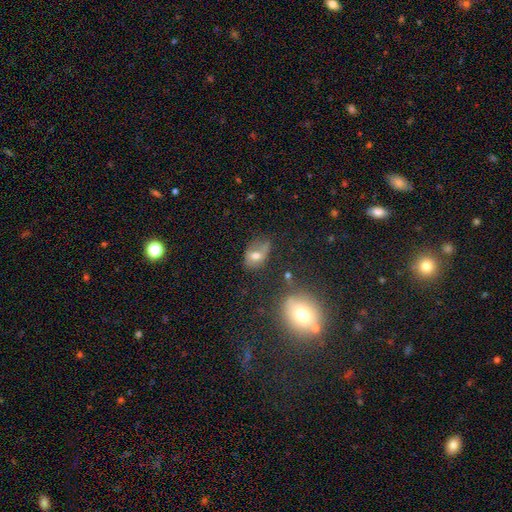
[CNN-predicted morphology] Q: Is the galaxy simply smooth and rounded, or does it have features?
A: smooth — 61%.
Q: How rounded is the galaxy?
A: in between — 79%.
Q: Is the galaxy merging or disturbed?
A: none — 39%.